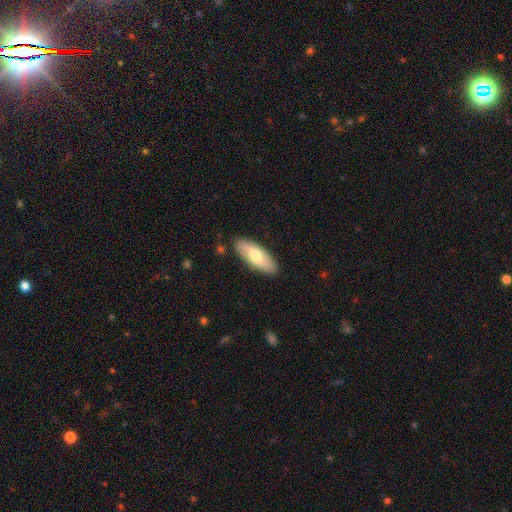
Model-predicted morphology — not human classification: Smooth or featured? smooth (59%)
How rounded? in between (80%)
Merging? none (86%)